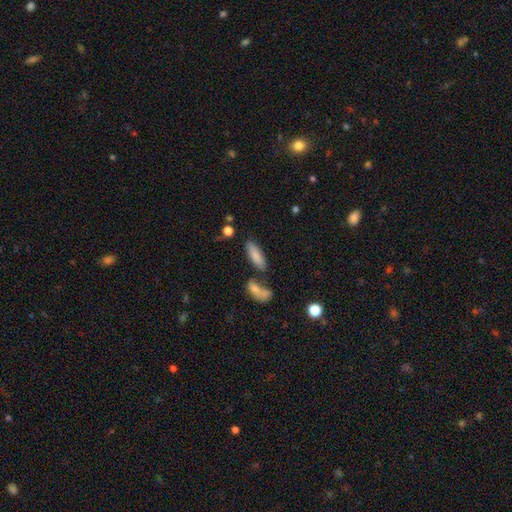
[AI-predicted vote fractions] smooth 81%, featured or disk 11%, star or artifact 7%. Down the decision tree: how rounded — in between (62%); merging — none (64%).